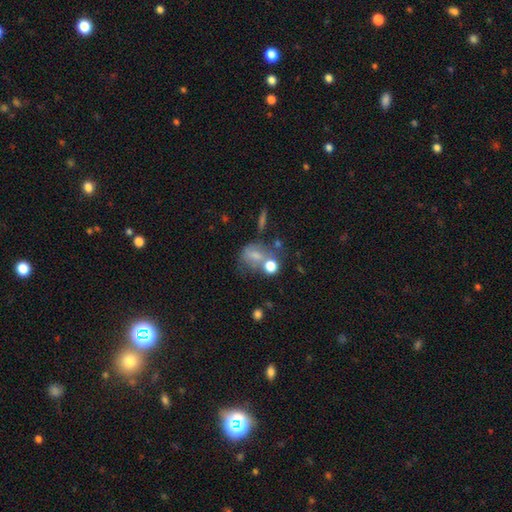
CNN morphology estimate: Q: Smooth or featured?
A: smooth (64%); runner-up: featured or disk (21%)
Q: How rounded?
A: in between (50%); runner-up: round (48%)
Q: Merging?
A: none (35%); runner-up: merger (30%)